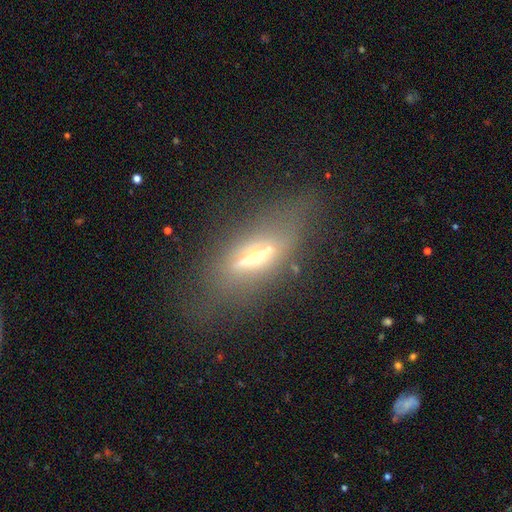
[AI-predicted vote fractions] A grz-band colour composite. It shows a featured or disk galaxy (61%) viewed edge-on (70%). Merging: none (65%).